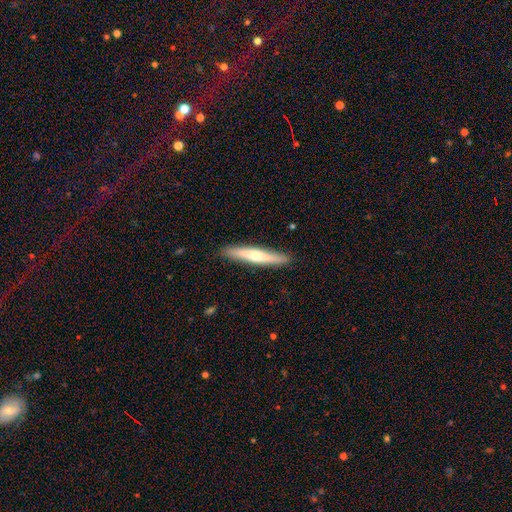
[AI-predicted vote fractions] Smooth or featured: smooth — 54% (featured or disk — 41%)
How rounded: cigar-shaped — 93% (in between — 6%)
Merging: none — 90% (minor disturbance — 7%)